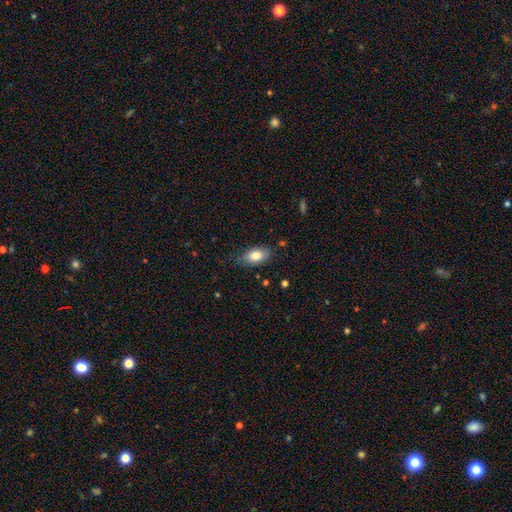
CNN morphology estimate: Smooth or featured? smooth (80%)
How rounded? in between (91%)
Merging? none (73%)